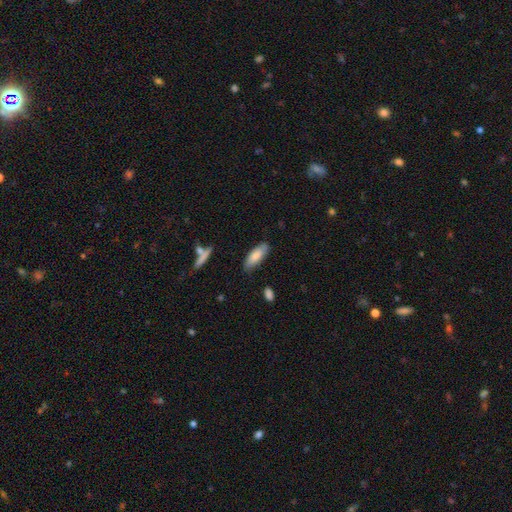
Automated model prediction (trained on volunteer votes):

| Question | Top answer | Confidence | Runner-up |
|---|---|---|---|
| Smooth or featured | smooth | 79% | featured or disk (15%) |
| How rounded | in between | 72% | cigar-shaped (26%) |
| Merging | none | 77% | minor disturbance (17%) |